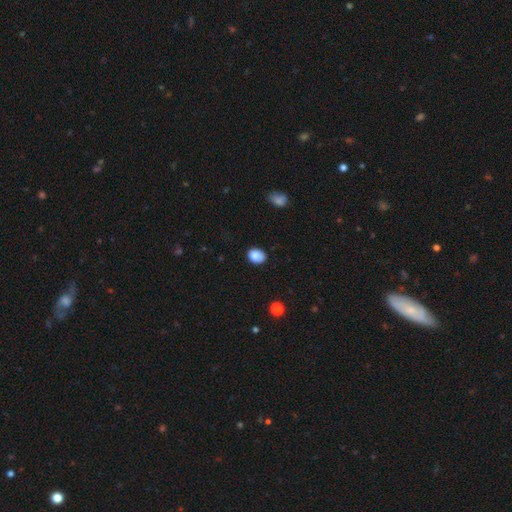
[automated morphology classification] smooth 85%, star or artifact 9%, featured or disk 6%. Down the decision tree: how rounded — in between (58%); merging — none (75%).